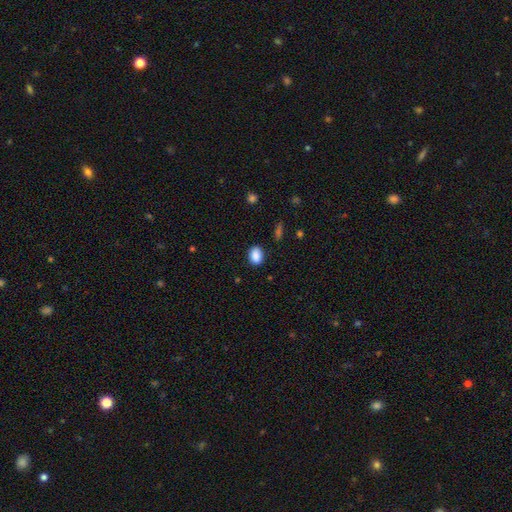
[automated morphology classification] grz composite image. It shows a smooth galaxy with no disk features (89%) that is in between round and cigar-shaped (71%). Merging: none (87%).